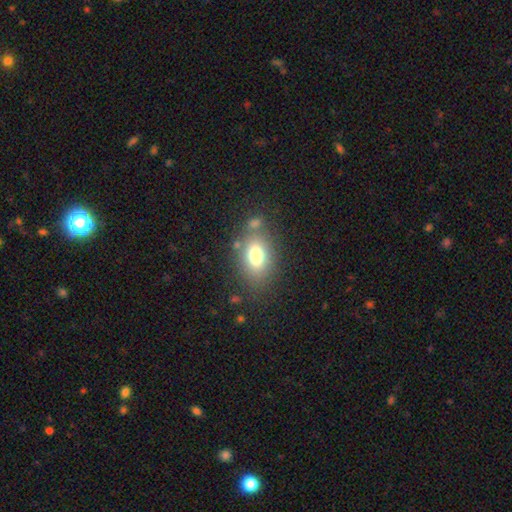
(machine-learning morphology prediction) This appears to be a smooth galaxy with no disk features (76%) that is in between round and cigar-shaped (79%). Merging: none (71%).